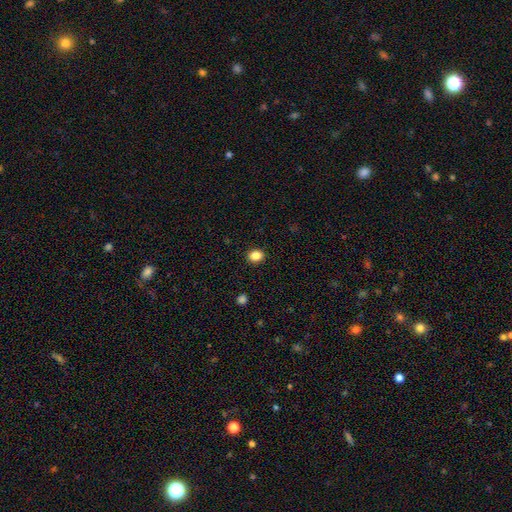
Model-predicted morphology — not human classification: This appears to be a smooth galaxy with no disk features (86%) that is round (54%). Merging: none (91%).